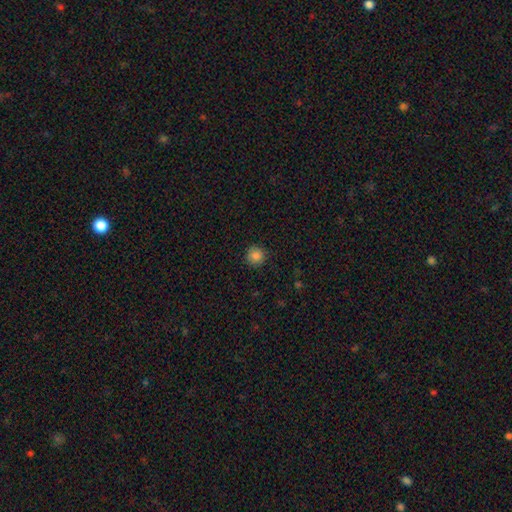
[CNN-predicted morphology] This appears to be a smooth galaxy with no disk features (85%) that is round (94%). Merging: none (91%).